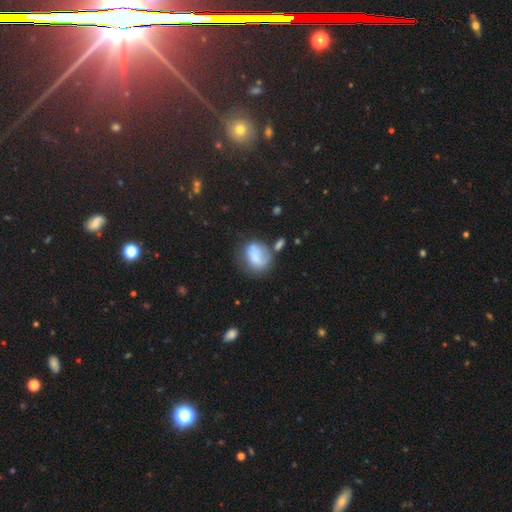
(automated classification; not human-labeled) smooth 71%, featured or disk 20%, star or artifact 9%. Down the decision tree: how rounded — in between (54%); merging — none (40%).